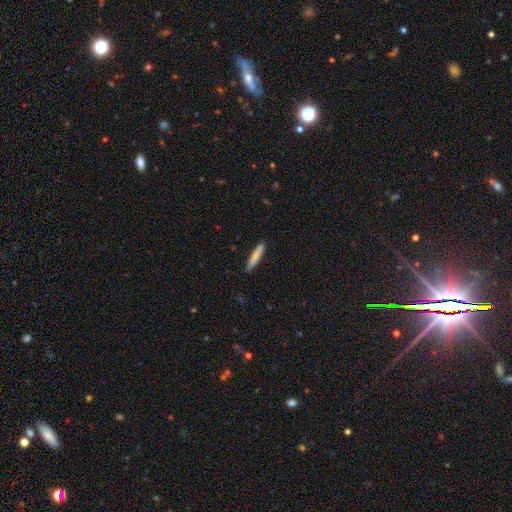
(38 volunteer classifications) Q: Smooth or featured?
A: smooth (89%); runner-up: featured or disk (11%)
Q: How rounded?
A: cigar-shaped (100%)
Q: Merging?
A: none (92%); runner-up: minor disturbance (5%)